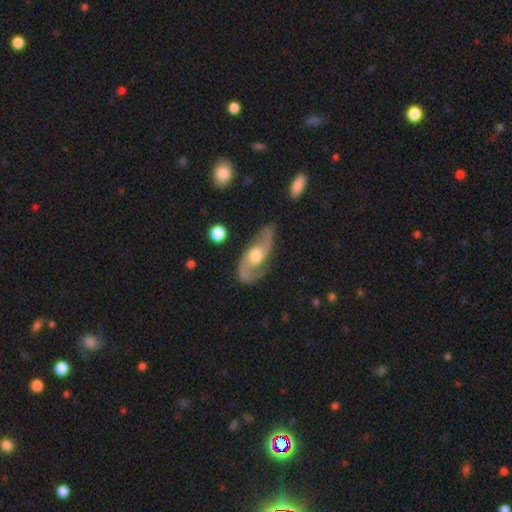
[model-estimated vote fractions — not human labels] The model was most divided on "spiral winding": loose: 51%, medium: 38%, tight: 11%. More confident: spiral arms — yes (92%); edge-on disk — no (90%); spiral arm count — 2 (90%); smooth or featured — featured or disk (81%); bulge size — moderate (69%); merging — none (68%); bar — no (63%).